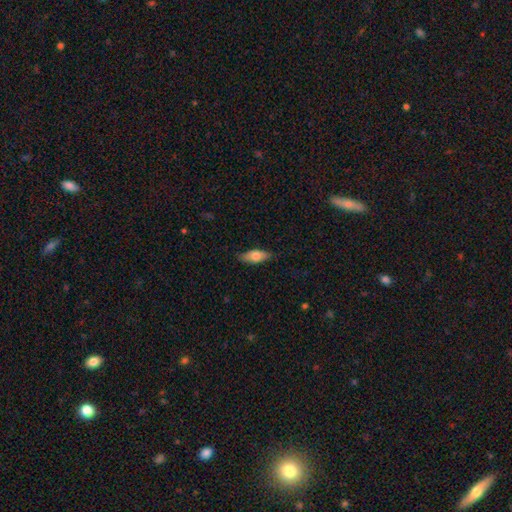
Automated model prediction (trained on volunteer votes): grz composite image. It shows a smooth galaxy with no disk features (72%) that is in between round and cigar-shaped (77%). Merging: none (81%).